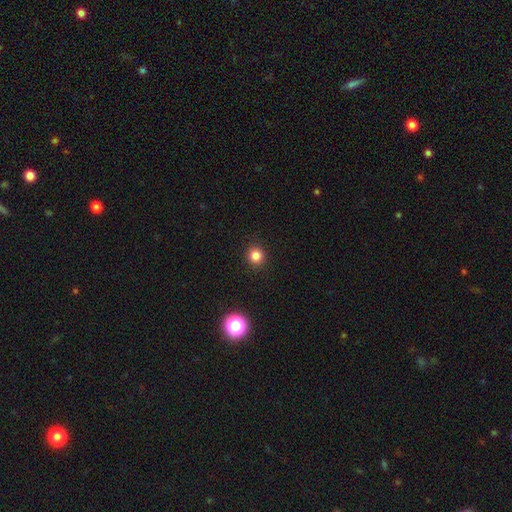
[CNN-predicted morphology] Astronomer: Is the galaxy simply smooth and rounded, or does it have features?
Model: smooth — 82%.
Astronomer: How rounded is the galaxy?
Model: round — 92%.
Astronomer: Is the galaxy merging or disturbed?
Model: none — 92%.